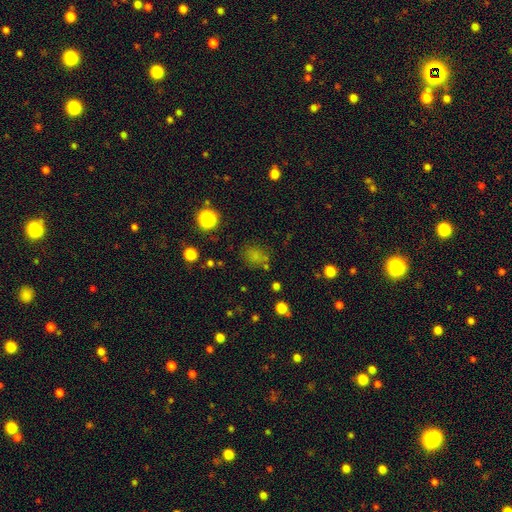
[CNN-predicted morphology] smooth-or-featured: smooth: 70% | star or artifact: 23% | featured or disk: 7%
  how-rounded: round: 64% | in between: 35% | cigar-shaped: 1%
  merging: none: 71% | minor disturbance: 15% | merger: 8% | major disturbance: 6%